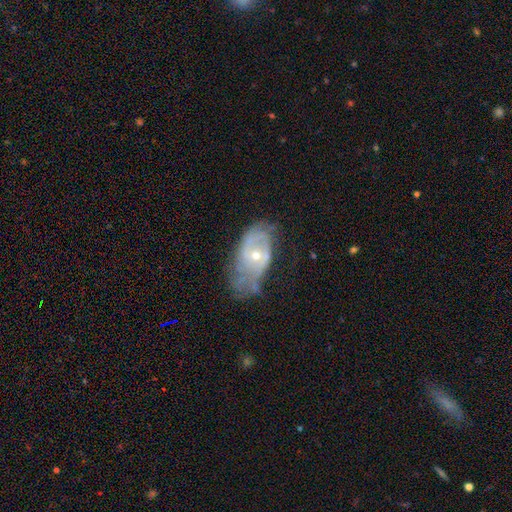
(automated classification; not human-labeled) Smooth or featured: featured or disk — 73% (smooth — 20%)
Edge-on disk: no — 94% (yes — 6%)
Bar: no — 75% (weak — 20%)
Spiral arms: yes — 71% (no — 29%)
Bulge size: small — 54% (moderate — 43%)
Merging: none — 38% (minor disturbance — 34%)